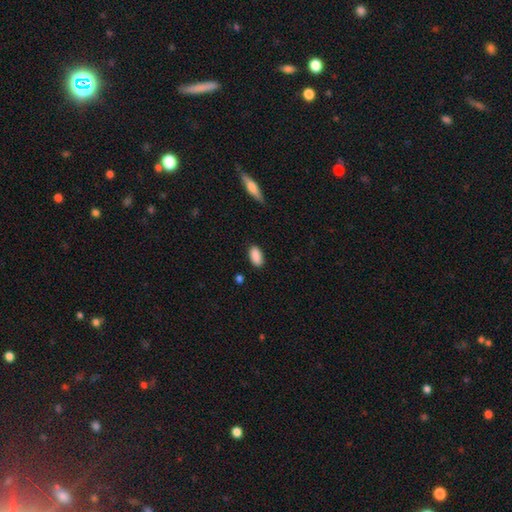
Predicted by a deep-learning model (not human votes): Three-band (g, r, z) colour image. It shows a smooth galaxy with no disk features (89%) that is in between round and cigar-shaped (91%). Merging: none (84%).